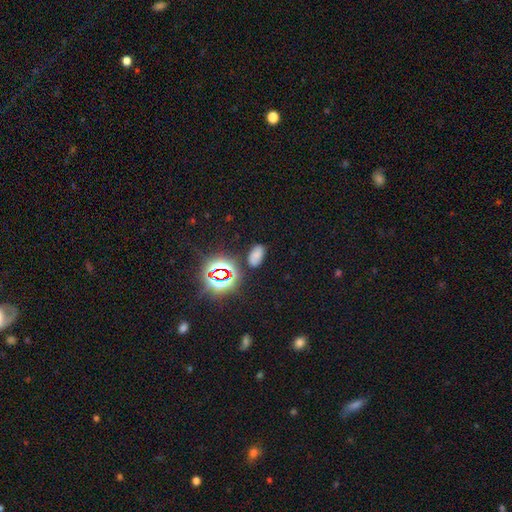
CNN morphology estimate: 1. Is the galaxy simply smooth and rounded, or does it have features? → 61% smooth, 30% star or artifact, 10% featured or disk.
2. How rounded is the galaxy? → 92% in between, 6% round, 2% cigar-shaped.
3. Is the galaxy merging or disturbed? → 80% none, 13% minor disturbance, 4% major disturbance, 3% merger.